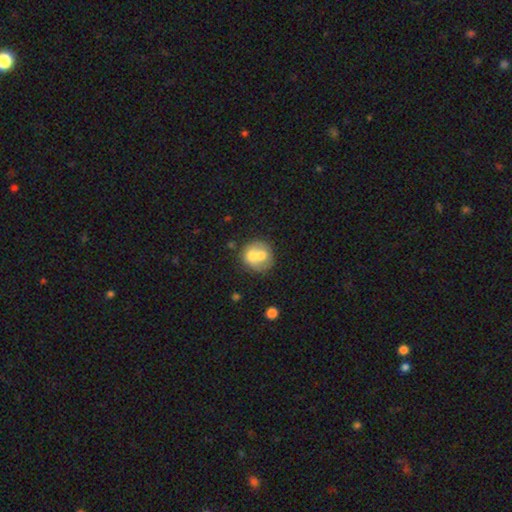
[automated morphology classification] Smooth or featured? Predicted: smooth (p=0.62). How rounded? Predicted: round (p=0.79). Merging? Predicted: merger (p=0.58).